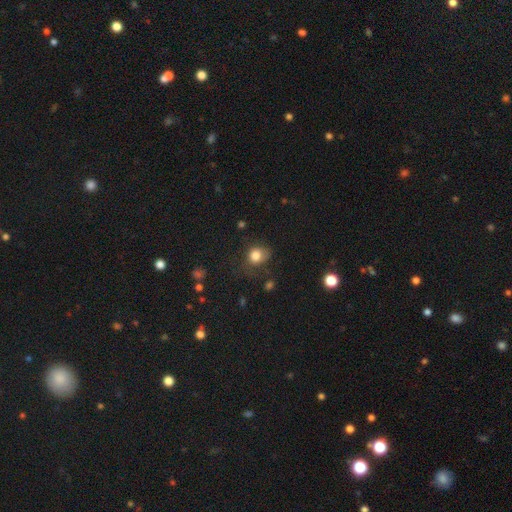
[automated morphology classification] This appears to be a smooth galaxy with no disk features (81%) that is round (63%). Merging: none (54%).